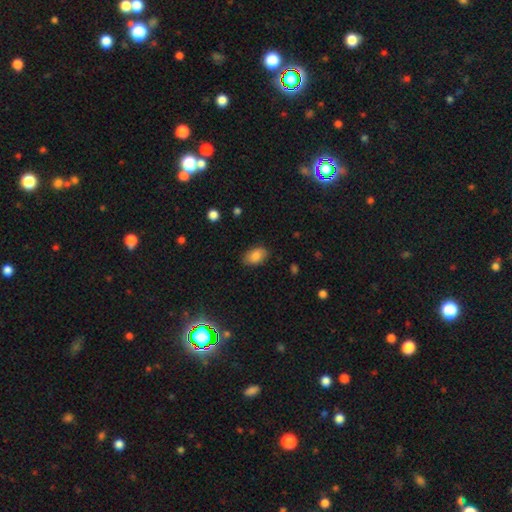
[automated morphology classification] smooth-or-featured: smooth: 85% | star or artifact: 8% | featured or disk: 7%
  how-rounded: in between: 88% | round: 11% | cigar-shaped: 1%
  merging: none: 83% | minor disturbance: 13% | major disturbance: 3% | merger: 1%